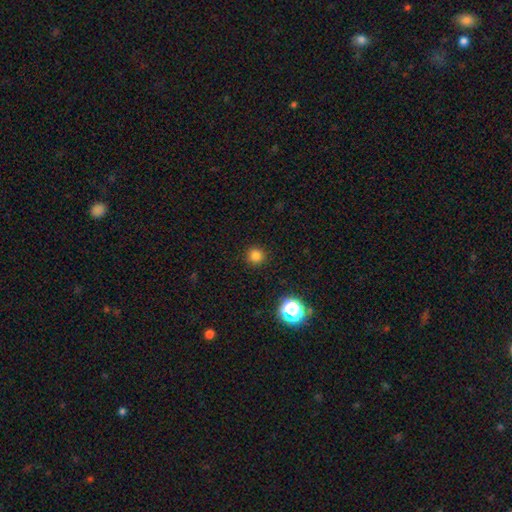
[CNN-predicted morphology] Smooth or featured? smooth (81%)
How rounded? round (93%)
Merging? none (90%)